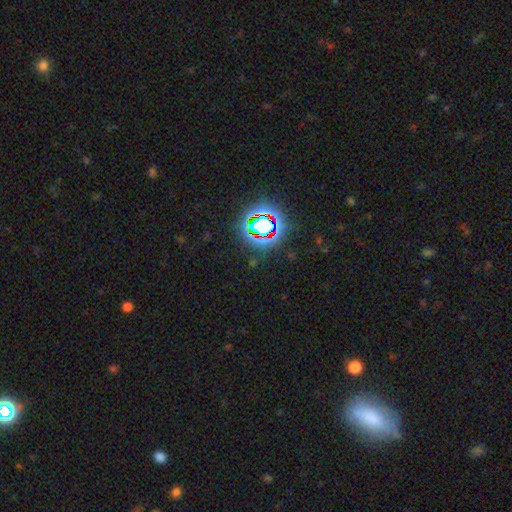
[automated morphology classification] This appears to be a star or artifact, not a galaxy (78%).